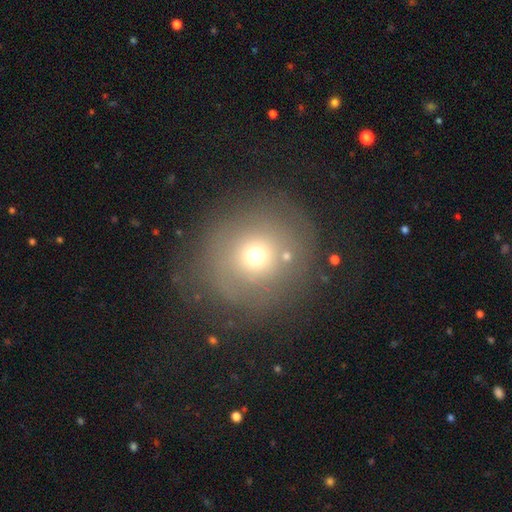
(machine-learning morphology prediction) smooth 59%, featured or disk 24%, star or artifact 17%. Down the decision tree: how rounded — round (92%); merging — none (71%).